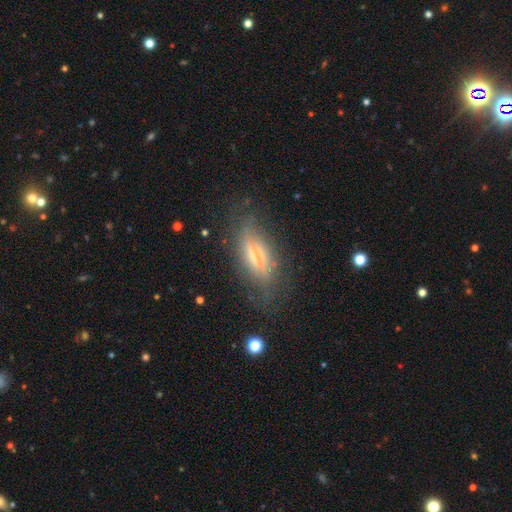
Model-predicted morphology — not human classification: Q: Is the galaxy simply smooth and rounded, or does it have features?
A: featured or disk — 56%.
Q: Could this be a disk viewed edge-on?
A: yes — 76%.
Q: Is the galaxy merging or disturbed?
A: none — 68%.